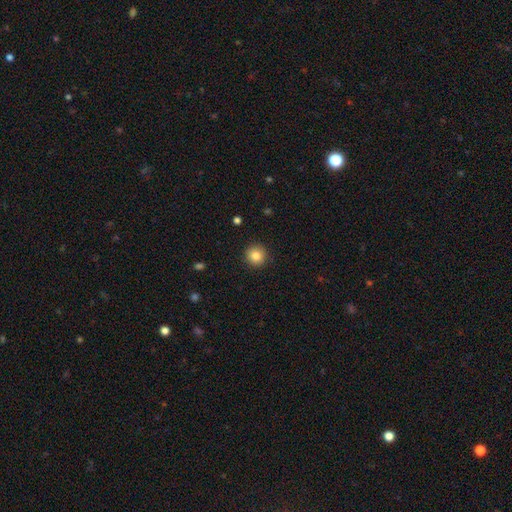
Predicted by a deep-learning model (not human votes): The model was most divided on "smooth or featured": smooth: 85%, star or artifact: 10%, featured or disk: 5%. More confident: how rounded — round (94%); merging — none (91%).